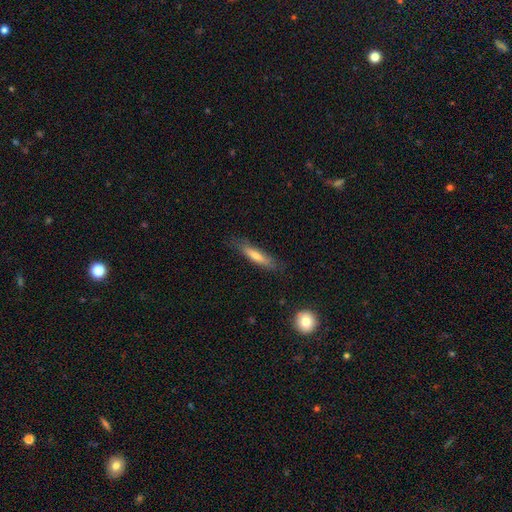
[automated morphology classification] Smooth or featured?
  - smooth: 65% *
  - featured or disk: 29%
  - star or artifact: 6%
How rounded?
  - cigar-shaped: 85% *
  - in between: 14%
  - round: 2%
Merging?
  - none: 80% *
  - minor disturbance: 15%
  - major disturbance: 4%
  - merger: 1%